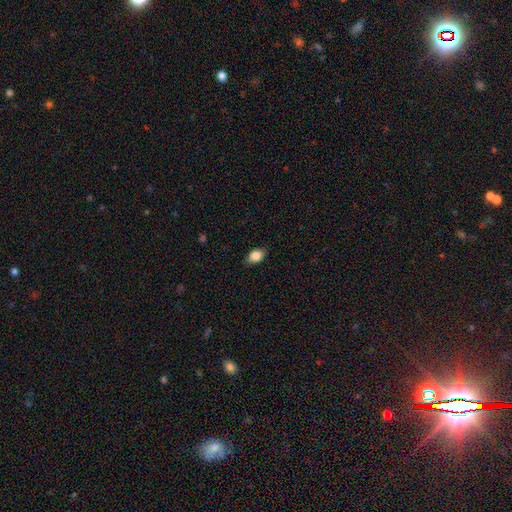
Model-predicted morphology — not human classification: Smooth or featured? Predicted: smooth (p=0.87). How rounded? Predicted: in between (p=0.84). Merging? Predicted: none (p=0.84).